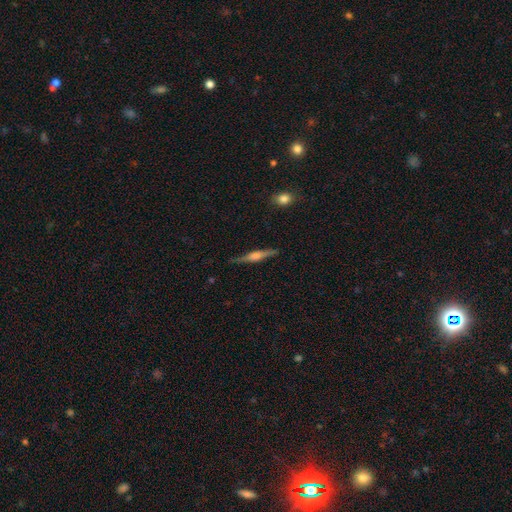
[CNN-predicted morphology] This appears to be a featured or disk galaxy (71%) viewed edge-on (97%) with a rounded central bulge (72%). Merging: none (86%).